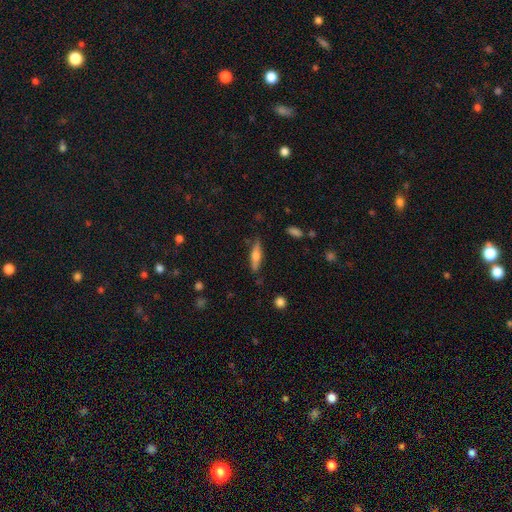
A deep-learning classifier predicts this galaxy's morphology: Q: Smooth or featured?
A: smooth (54%); runner-up: featured or disk (39%)
Q: How rounded?
A: cigar-shaped (71%); runner-up: in between (26%)
Q: Merging?
A: none (84%); runner-up: minor disturbance (12%)